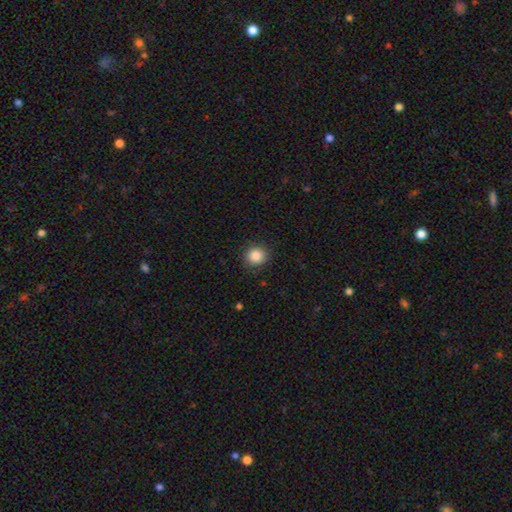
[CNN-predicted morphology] Q: Smooth or featured?
A: smooth (86%); runner-up: star or artifact (9%)
Q: How rounded?
A: round (87%); runner-up: in between (12%)
Q: Merging?
A: none (88%); runner-up: minor disturbance (9%)